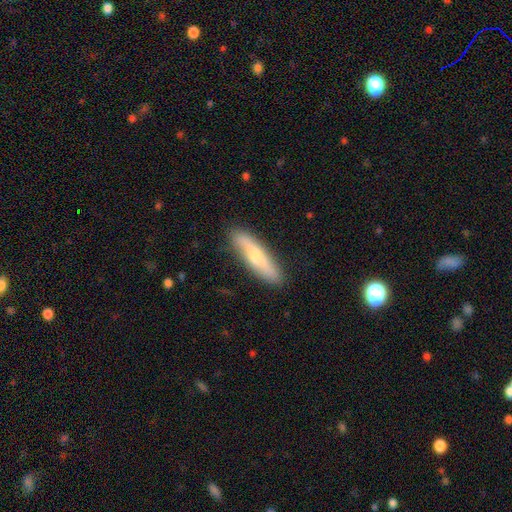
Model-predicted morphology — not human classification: A smooth galaxy with no disk features (55%) that is cigar-shaped (77%). Merging: none (87%).